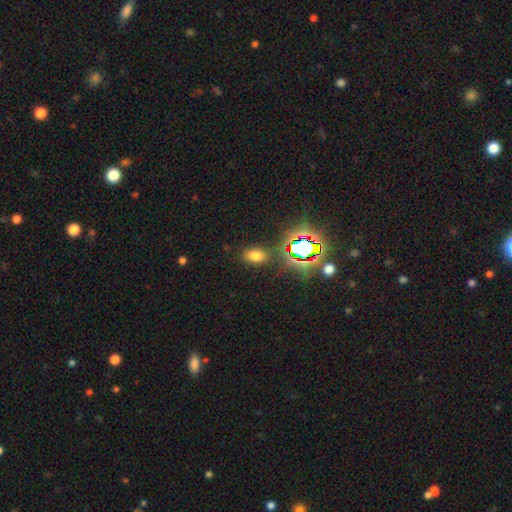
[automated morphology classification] The model was most divided on "smooth or featured": smooth: 66%, star or artifact: 26%, featured or disk: 8%. More confident: how rounded — in between (86%); merging — none (84%).